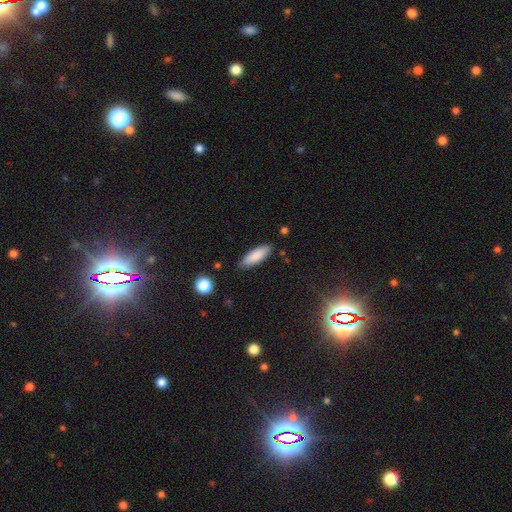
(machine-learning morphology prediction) Overall: smooth (85%). How rounded: in between (55%; cigar-shaped 43%). Merging: none (84%).